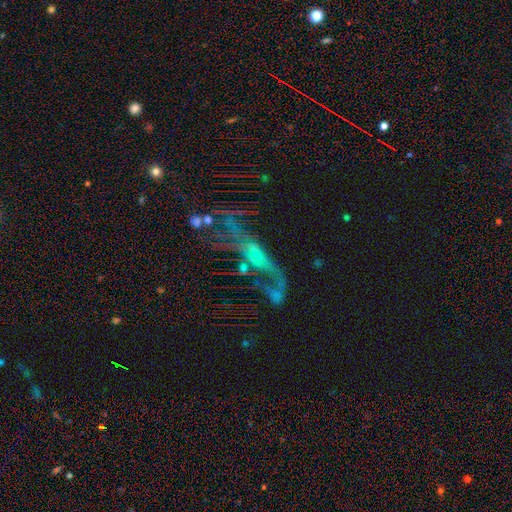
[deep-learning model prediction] featured or disk 53%, star or artifact 28%, smooth 19%. Down the decision tree: edge-on disk — no (83%); merging — major disturbance (35%).